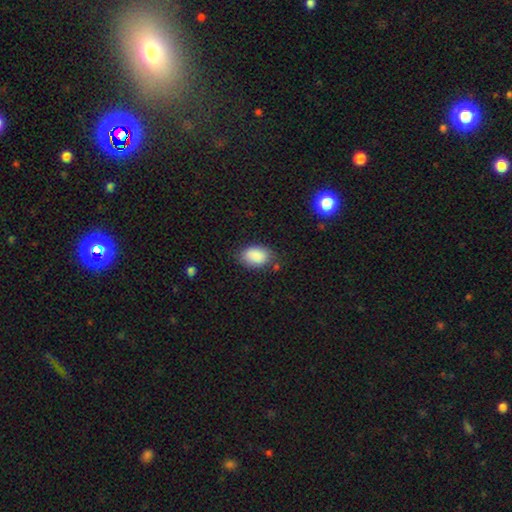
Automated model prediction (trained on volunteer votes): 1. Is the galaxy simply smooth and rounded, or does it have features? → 88% smooth, 7% star or artifact, 5% featured or disk.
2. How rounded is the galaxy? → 88% in between, 11% round, 1% cigar-shaped.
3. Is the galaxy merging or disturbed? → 75% none, 18% minor disturbance, 4% major disturbance, 2% merger.